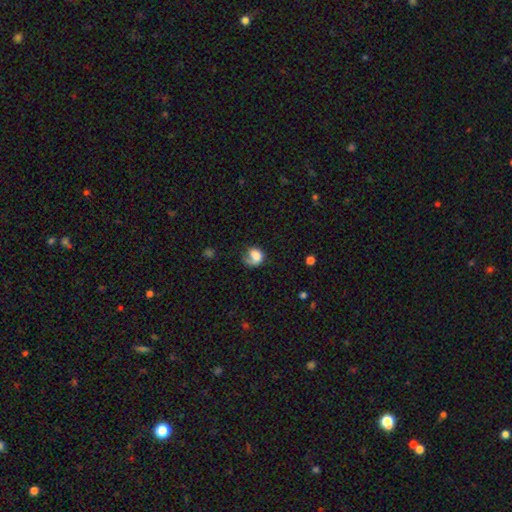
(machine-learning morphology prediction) Smooth or featured: smooth — 60% (featured or disk — 32%)
How rounded: round — 50% (in between — 49%)
Merging: none — 36% (major disturbance — 35%)